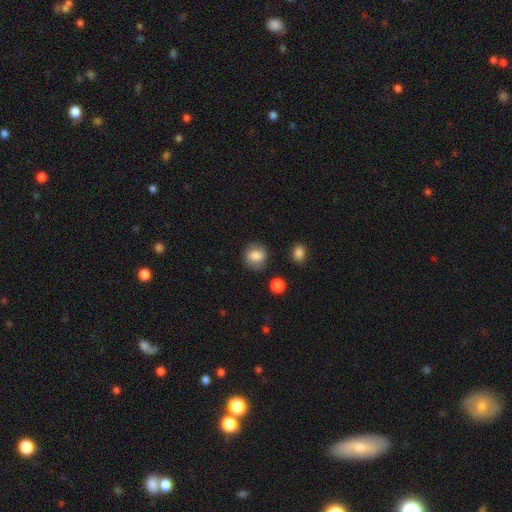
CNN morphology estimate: smooth_or_featured: smooth (p=0.81) [alt: featured or disk p=0.10]
how_rounded: round (p=0.79) [alt: in between p=0.20]
merging: none (p=0.81) [alt: minor disturbance p=0.13]